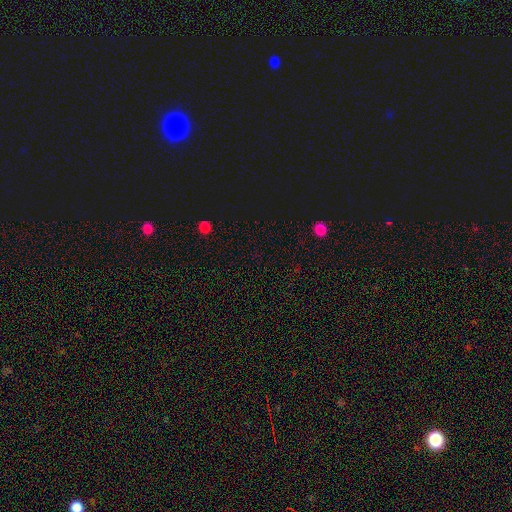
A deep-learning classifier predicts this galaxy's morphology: Overall: star or artifact (65%; smooth 29%).